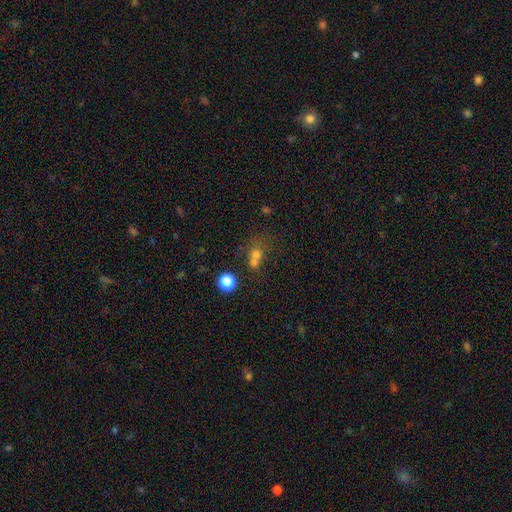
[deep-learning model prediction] A smooth galaxy with no disk features (61%) that is round (73%).

Vote fractions:
- Smooth or featured? smooth: 61% / star or artifact: 25% / featured or disk: 14%
- How rounded? round: 73% / in between: 25% / cigar-shaped: 2%
- Merging? merger: 44% / none: 39% / minor disturbance: 9% / major disturbance: 8%